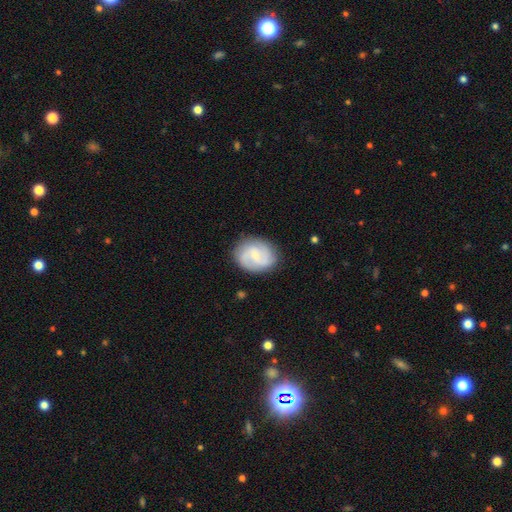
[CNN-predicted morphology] This is likely a featured or disk galaxy (69%). It is clearly not viewed edge-on (98%). Bar: possibly weak (51%). Spiral arm pattern: clearly yes (94%). Spiral arm count: likely 2 (66%). Spiral winding: possibly medium (47%). Central bulge: likely small (69%). Merging: clearly none (83%).